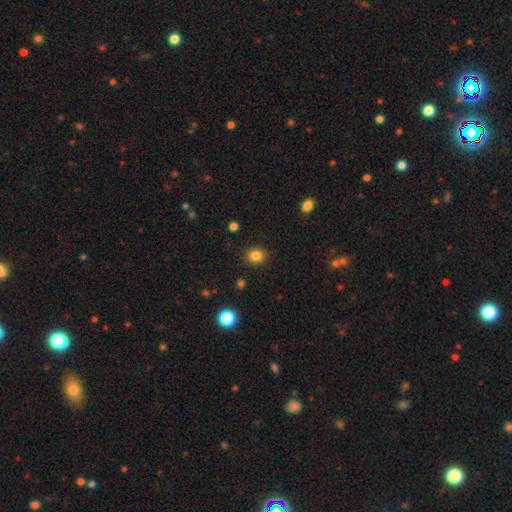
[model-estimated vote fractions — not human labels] Q: Smooth or featured?
A: smooth (84%); runner-up: star or artifact (11%)
Q: How rounded?
A: round (61%); runner-up: in between (38%)
Q: Merging?
A: none (88%); runner-up: minor disturbance (8%)